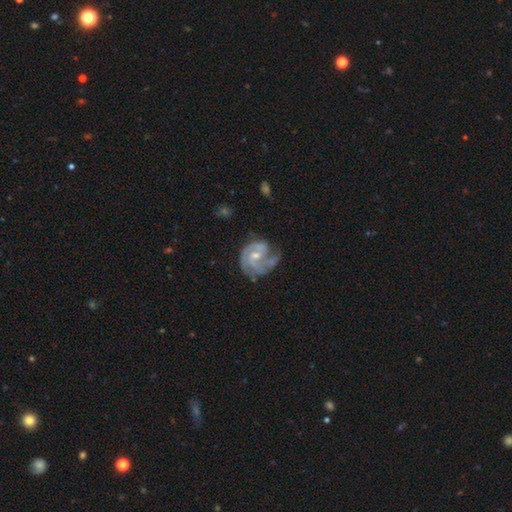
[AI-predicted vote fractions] smooth-or-featured: featured or disk: 86% | smooth: 9% | star or artifact: 5%
  disk-edge-on: no: 98% | yes: 2%
    bar: no: 48% | weak: 44% | strong: 8%
    has-spiral-arms: yes: 95% | no: 5%
      spiral-winding: tight: 45% | medium: 43% | loose: 12%
      spiral-arm-count: 2: 39% | 3: 32% | can't tell: 14% | 1: 7% | 4: 4% | more than 4: 4%
    bulge-size: small: 48% | moderate: 46% | none: 3% | large: 2% | dominant: 1%
  merging: none: 53% | minor disturbance: 26% | major disturbance: 18% | merger: 4%